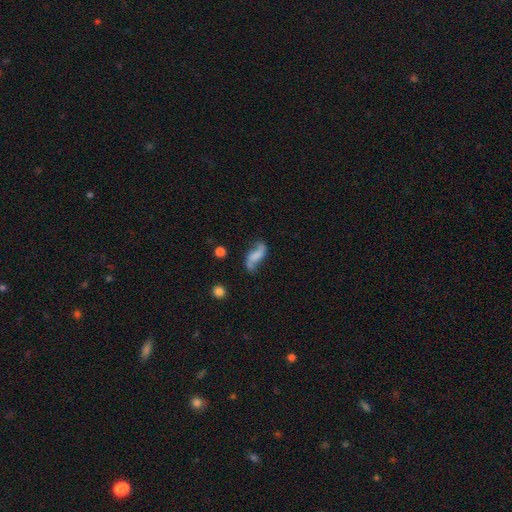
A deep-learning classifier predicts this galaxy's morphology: featured or disk 64%, smooth 27%, star or artifact 9%. Down the decision tree: edge-on disk — no (94%); bar — no (46%); spiral arms — yes (89%); spiral arm count — 2 (90%); spiral winding — loose (84%); bulge size — none (62%); merging — none (59%).